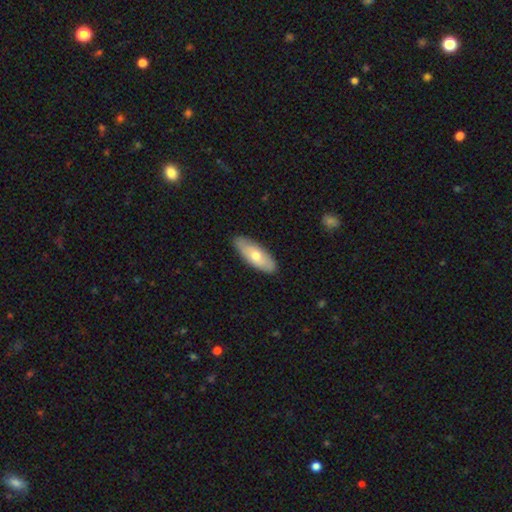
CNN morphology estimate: Smooth or featured? Predicted: smooth (p=0.62). How rounded? Predicted: in between (p=0.70). Merging? Predicted: none (p=0.87).